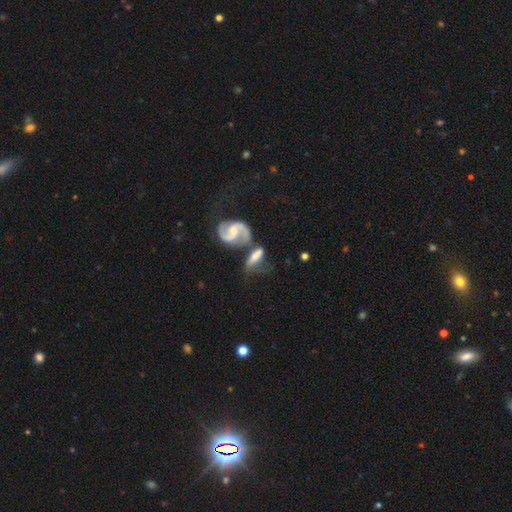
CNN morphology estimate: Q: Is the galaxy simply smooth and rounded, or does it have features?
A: featured or disk — 67%.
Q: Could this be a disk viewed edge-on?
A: no — 87%.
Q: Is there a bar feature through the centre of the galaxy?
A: weak — 43%.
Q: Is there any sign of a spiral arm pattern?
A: yes — 87%.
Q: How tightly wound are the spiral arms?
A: loose — 52%.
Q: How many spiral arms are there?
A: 2 — 85%.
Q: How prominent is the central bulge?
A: small — 38%.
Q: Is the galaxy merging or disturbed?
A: merger — 41%.